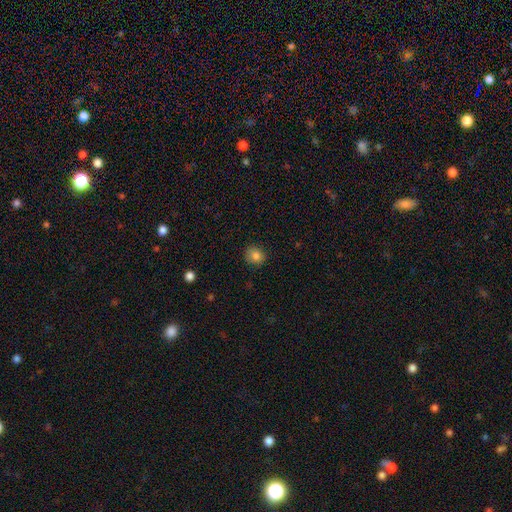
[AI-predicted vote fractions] Smooth or featured? smooth (83%)
How rounded? round (81%)
Merging? none (86%)